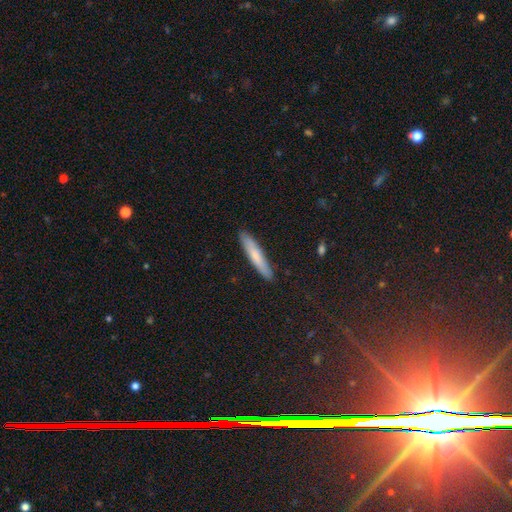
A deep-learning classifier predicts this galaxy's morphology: A smooth galaxy with no disk features (72%) that is cigar-shaped (92%).

Vote fractions:
- Smooth or featured? smooth: 72% / featured or disk: 22% / star or artifact: 6%
- How rounded? cigar-shaped: 92% / in between: 7% / round: 1%
- Merging? none: 90% / minor disturbance: 8% / major disturbance: 2% / merger: 1%